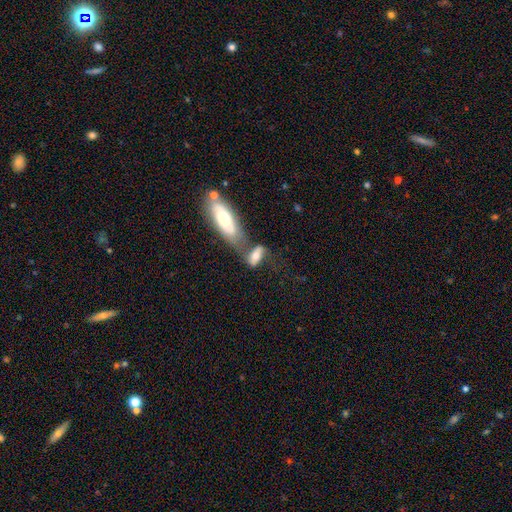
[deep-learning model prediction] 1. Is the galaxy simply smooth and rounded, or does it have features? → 53% smooth, 38% featured or disk, 9% star or artifact.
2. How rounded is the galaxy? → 77% in between, 18% cigar-shaped, 5% round.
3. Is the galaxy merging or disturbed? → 50% merger, 25% none, 13% minor disturbance, 12% major disturbance.